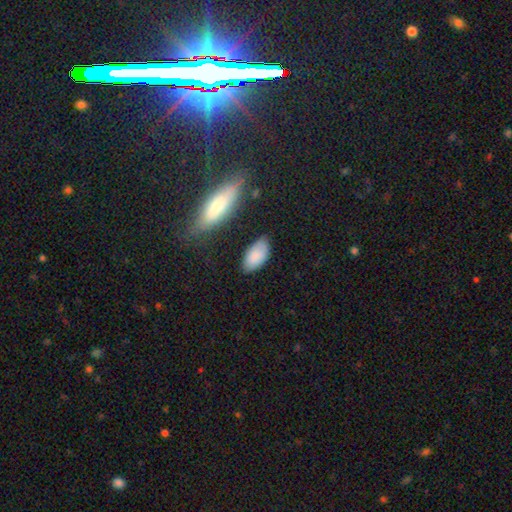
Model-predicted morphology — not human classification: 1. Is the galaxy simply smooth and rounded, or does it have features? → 85% smooth, 8% featured or disk, 7% star or artifact.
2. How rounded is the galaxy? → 94% in between, 3% cigar-shaped, 3% round.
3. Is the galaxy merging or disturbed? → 72% none, 20% minor disturbance, 4% major disturbance, 4% merger.